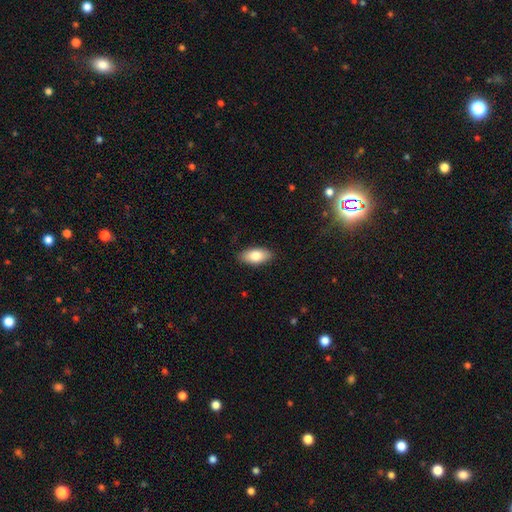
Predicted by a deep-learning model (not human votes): Morphology: type=smooth (81%); roundness=in between (91%); merging=none (88%).